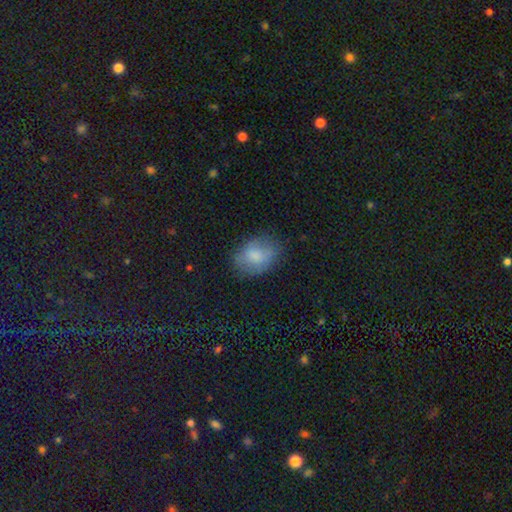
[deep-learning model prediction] This is likely a smooth galaxy (76%). How rounded: likely in between (74%). Merging: likely none (67%).